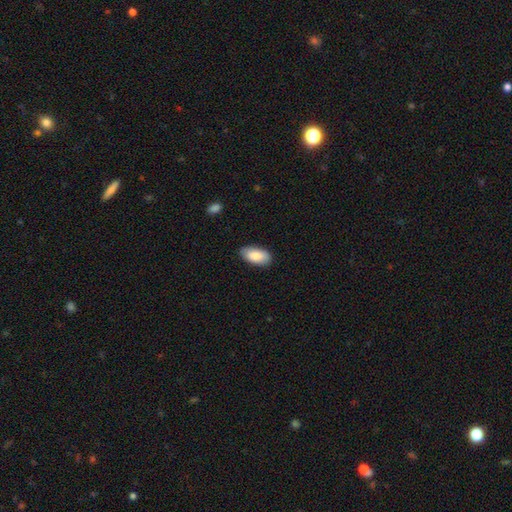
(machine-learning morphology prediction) Q: Smooth or featured?
A: smooth (85%); runner-up: featured or disk (9%)
Q: How rounded?
A: in between (94%); runner-up: cigar-shaped (4%)
Q: Merging?
A: none (85%); runner-up: minor disturbance (11%)